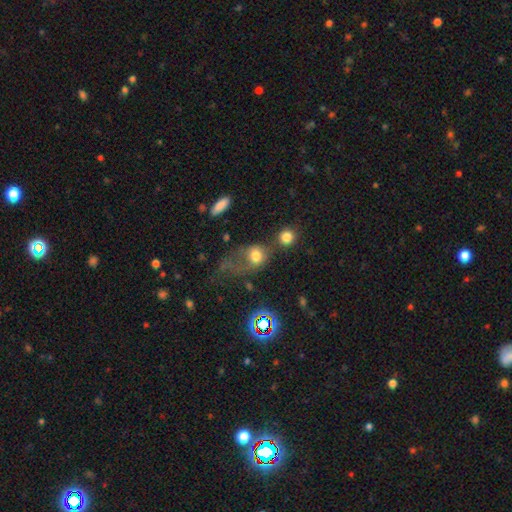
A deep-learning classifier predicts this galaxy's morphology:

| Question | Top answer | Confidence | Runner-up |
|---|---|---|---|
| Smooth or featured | smooth | 67% | featured or disk (19%) |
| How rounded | round | 53% | in between (45%) |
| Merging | major disturbance | 41% | none (23%) |